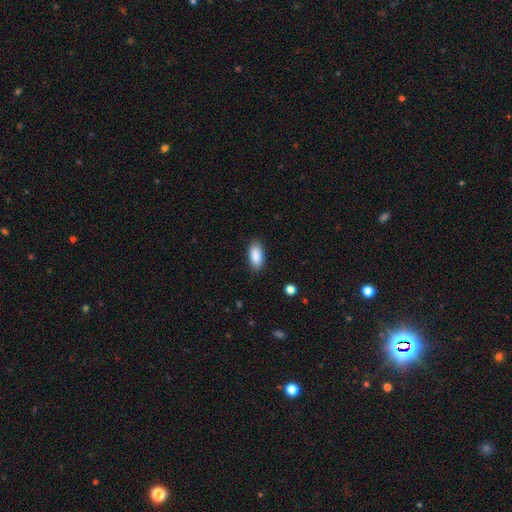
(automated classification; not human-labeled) smooth-or-featured: smooth: 89% | star or artifact: 7% | featured or disk: 4%
  how-rounded: in between: 89% | cigar-shaped: 9% | round: 2%
  merging: none: 86% | minor disturbance: 10% | major disturbance: 2% | merger: 1%